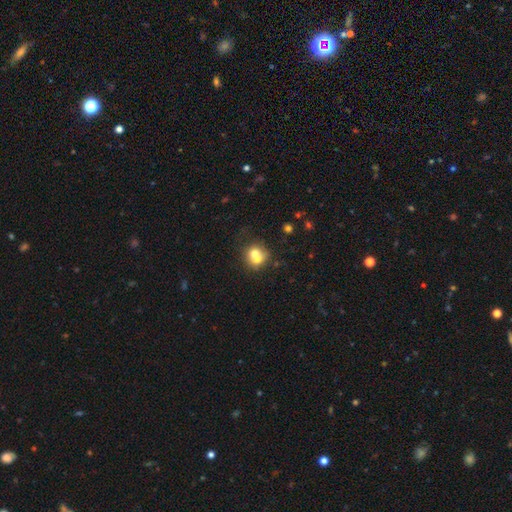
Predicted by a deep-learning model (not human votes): This appears to be a smooth galaxy with no disk features (66%) that is round (81%). Merging: merger (56%).